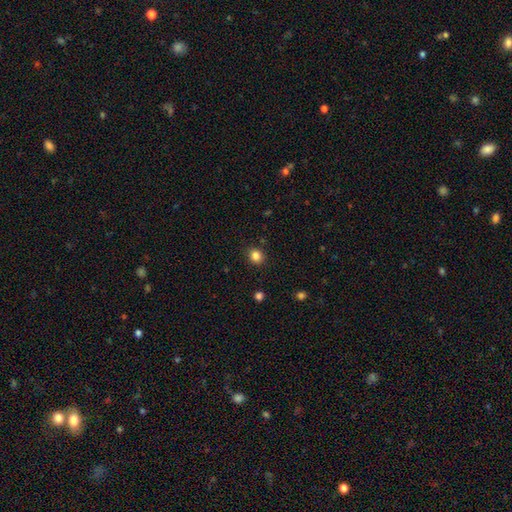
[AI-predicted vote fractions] Q: Smooth or featured?
A: smooth (85%); runner-up: star or artifact (11%)
Q: How rounded?
A: round (73%); runner-up: in between (26%)
Q: Merging?
A: none (88%); runner-up: minor disturbance (8%)